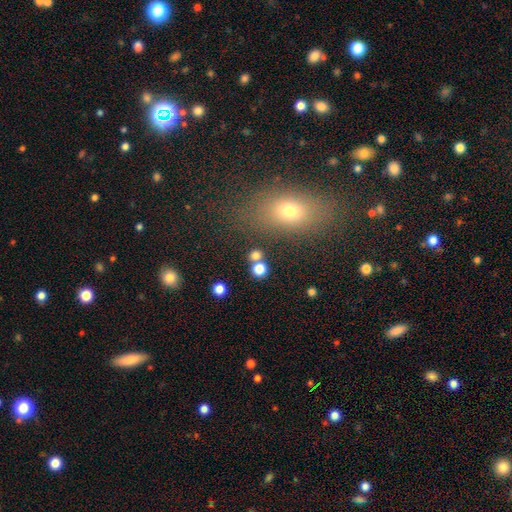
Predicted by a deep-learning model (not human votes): A smooth galaxy with no disk features (76%) that is round (82%). Merging: none (70%).